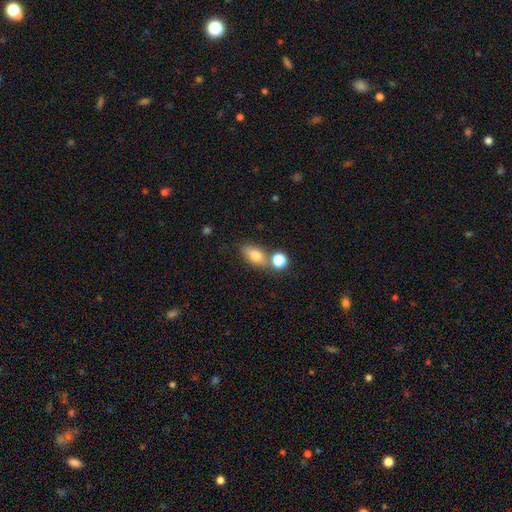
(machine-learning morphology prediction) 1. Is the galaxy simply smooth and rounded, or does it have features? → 74% smooth, 16% featured or disk, 10% star or artifact.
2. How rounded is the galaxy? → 76% in between, 15% round, 10% cigar-shaped.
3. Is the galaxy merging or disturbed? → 60% none, 21% merger, 14% minor disturbance, 5% major disturbance.